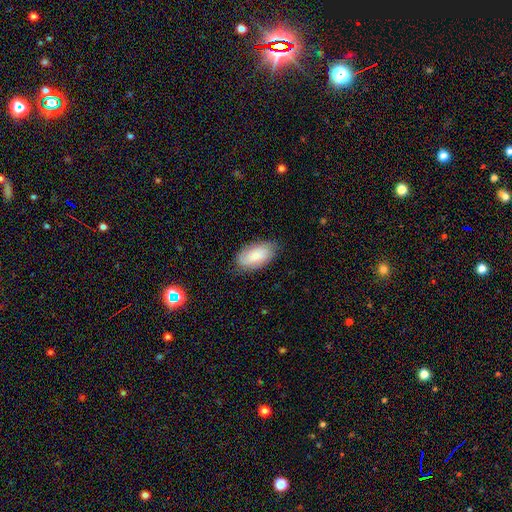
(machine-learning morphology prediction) A smooth galaxy with no disk features (66%) that is in between round and cigar-shaped (93%).

Vote fractions:
- Smooth or featured? smooth: 66% / featured or disk: 27% / star or artifact: 7%
- How rounded? in between: 93% / cigar-shaped: 4% / round: 3%
- Merging? none: 78% / minor disturbance: 17% / major disturbance: 4% / merger: 1%